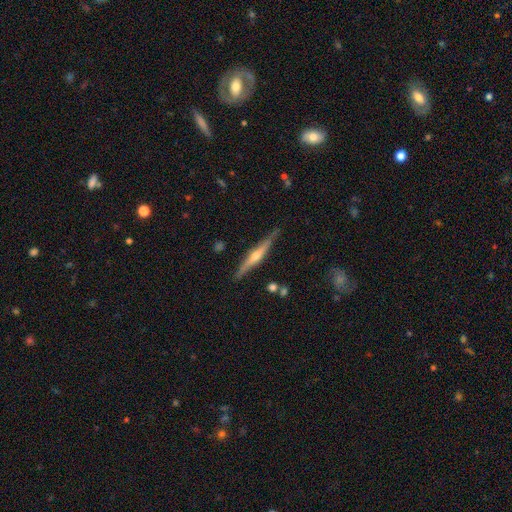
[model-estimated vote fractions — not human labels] The model was most divided on "smooth or featured": featured or disk: 73%, smooth: 21%, star or artifact: 6%. More confident: edge-on disk — yes (97%); edge-on bulge — rounded (85%); merging — none (85%).